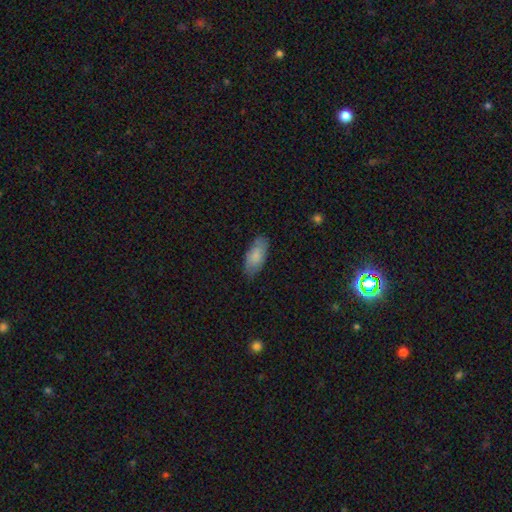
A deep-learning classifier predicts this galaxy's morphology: type=smooth (80%); roundness=in between (89%); merging=none (78%).